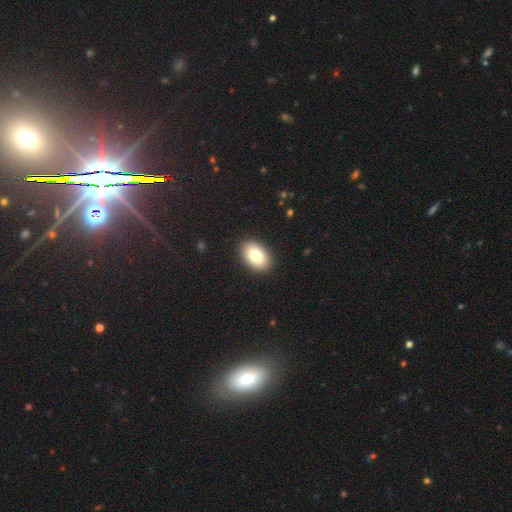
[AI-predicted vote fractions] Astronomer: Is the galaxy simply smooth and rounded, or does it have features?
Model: smooth — 84%.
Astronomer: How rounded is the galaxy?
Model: in between — 90%.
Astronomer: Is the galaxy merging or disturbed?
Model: none — 90%.